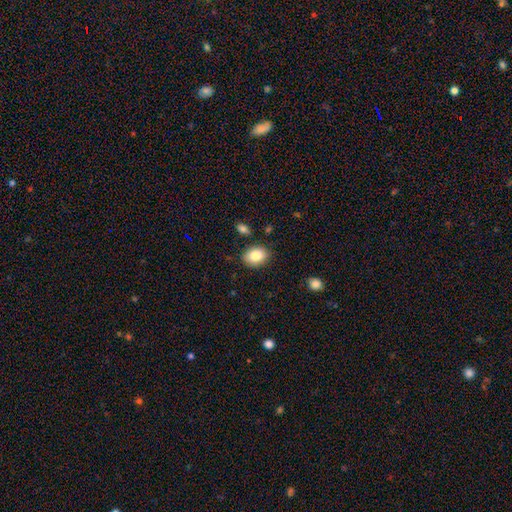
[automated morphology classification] The model was most divided on "how rounded": in between: 78%, round: 21%, cigar-shaped: 1%. More confident: merging — none (84%); smooth or featured — smooth (84%).